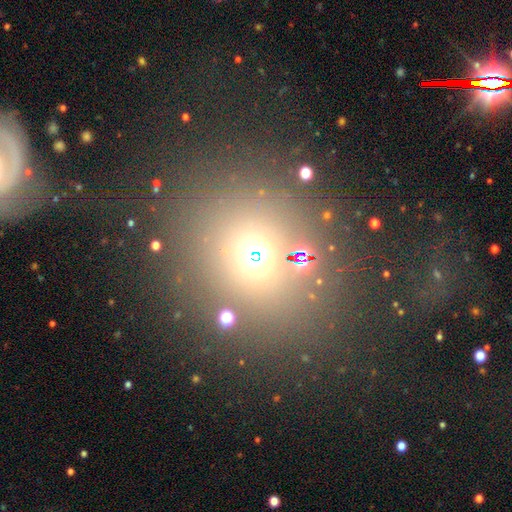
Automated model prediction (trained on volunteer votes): Smooth or featured: star or artifact — 47% (smooth — 43%)